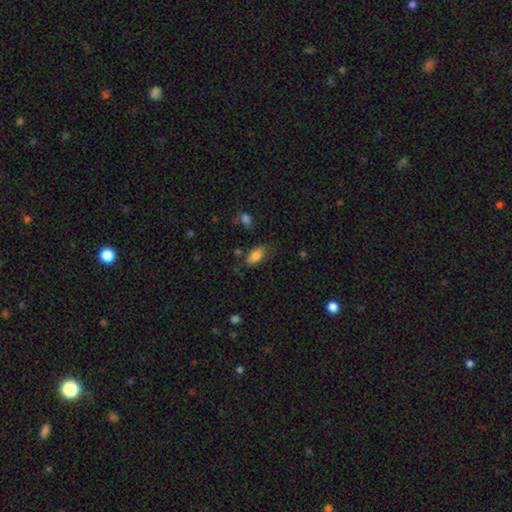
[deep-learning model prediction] Morphology: type=smooth (81%); roundness=in between (89%); merging=none (73%).